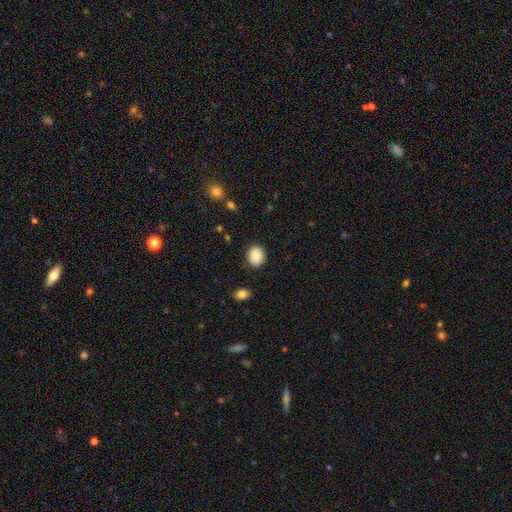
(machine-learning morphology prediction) Smooth or featured? smooth (83%)
How rounded? round (71%)
Merging? none (86%)